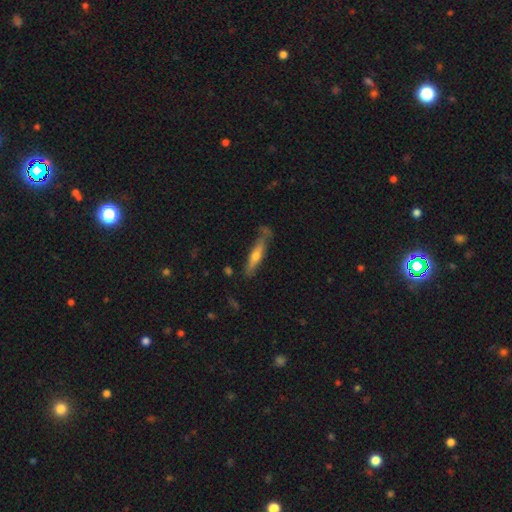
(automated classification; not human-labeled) smooth-or-featured: featured or disk: 50% | smooth: 44% | star or artifact: 6%
  merging: none: 69% | minor disturbance: 21% | major disturbance: 6% | merger: 5%